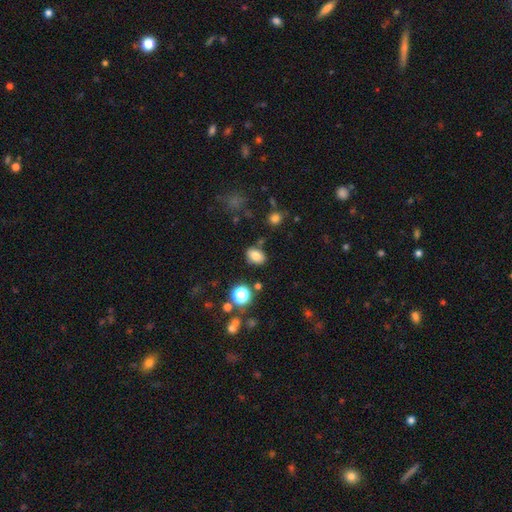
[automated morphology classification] A smooth galaxy with no disk features (80%) that is in between round and cigar-shaped (80%). Merging: none (79%).